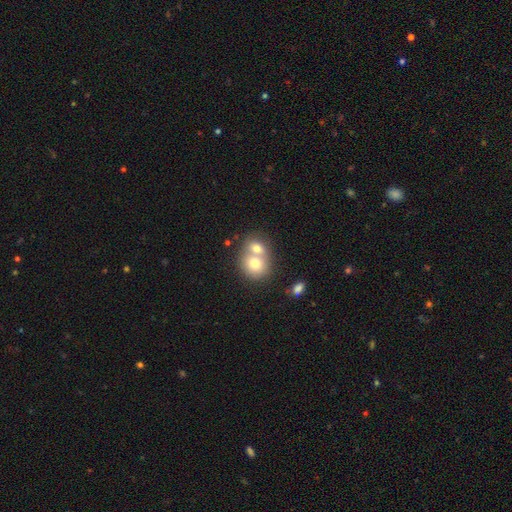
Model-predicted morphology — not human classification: smooth-or-featured: smooth: 67% | featured or disk: 22% | star or artifact: 11%
  how-rounded: round: 72% | in between: 27% | cigar-shaped: 1%
  merging: merger: 66% | none: 26% | minor disturbance: 5% | major disturbance: 2%